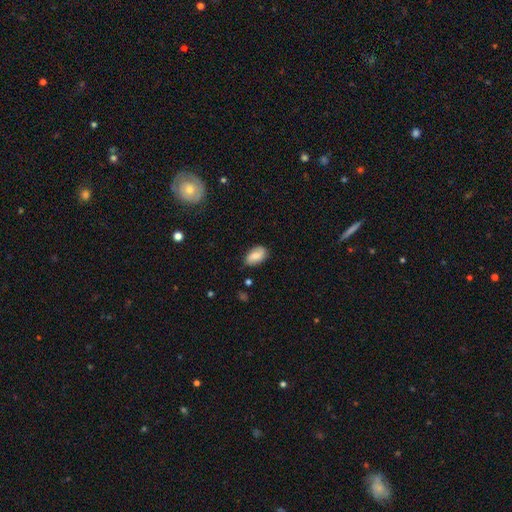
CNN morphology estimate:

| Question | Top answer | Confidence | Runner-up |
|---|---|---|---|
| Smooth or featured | smooth | 68% | featured or disk (25%) |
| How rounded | in between | 91% | round (7%) |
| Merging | none | 77% | minor disturbance (18%) |